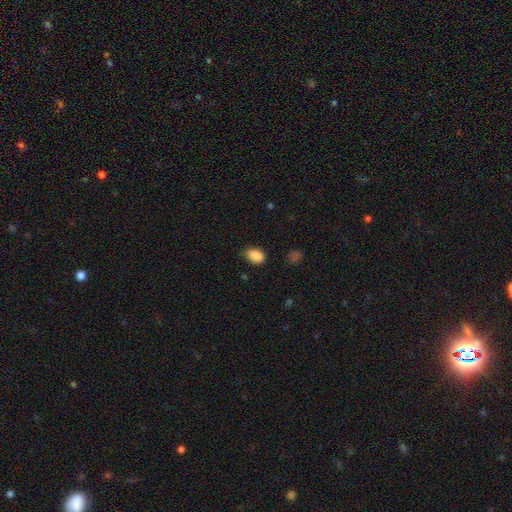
smooth-or-featured: smooth: 90% | featured or disk: 5% | star or artifact: 5%
  how-rounded: in between: 89% | round: 11% | cigar-shaped: 0%
  merging: none: 81% | minor disturbance: 16% | major disturbance: 3% | merger: 0%